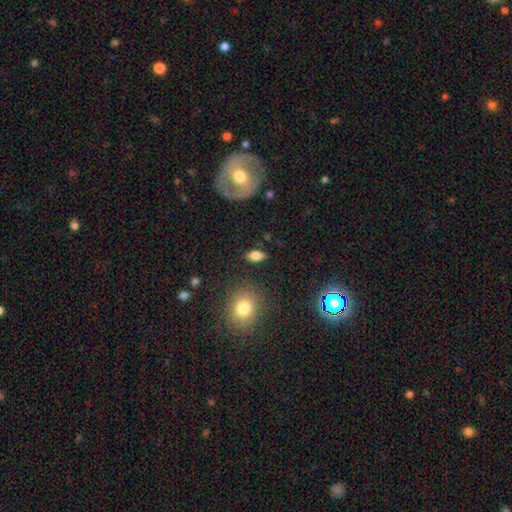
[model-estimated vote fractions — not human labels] smooth-or-featured: smooth: 77% | featured or disk: 13% | star or artifact: 10%
  how-rounded: in between: 86% | cigar-shaped: 8% | round: 6%
  merging: none: 85% | minor disturbance: 10% | major disturbance: 3% | merger: 2%